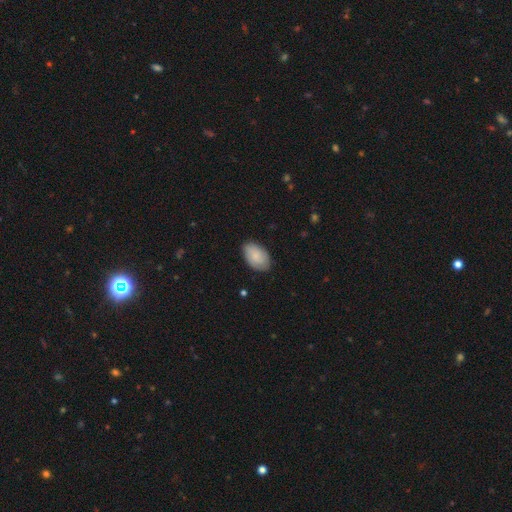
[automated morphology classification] smooth_or_featured: smooth (p=0.82) [alt: featured or disk p=0.12]
how_rounded: in between (p=0.92) [alt: round p=0.07]
merging: none (p=0.82) [alt: minor disturbance p=0.14]